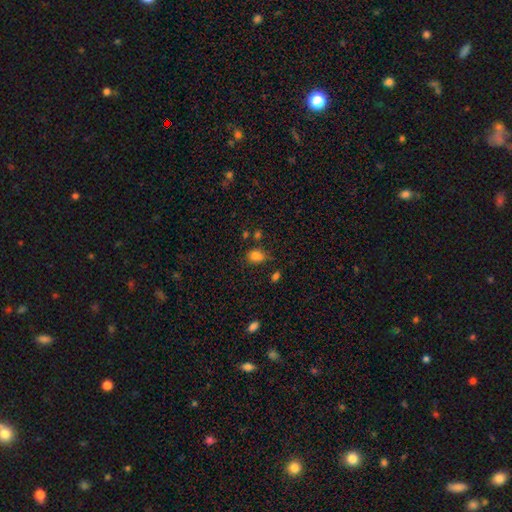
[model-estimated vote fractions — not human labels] A smooth galaxy with no disk features (82%) that is in between round and cigar-shaped (66%). Merging: none (64%).